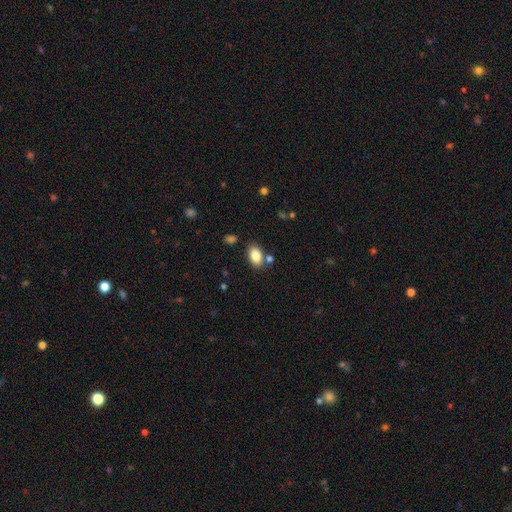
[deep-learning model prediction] Smooth or featured? smooth (85%)
How rounded? in between (89%)
Merging? none (76%)